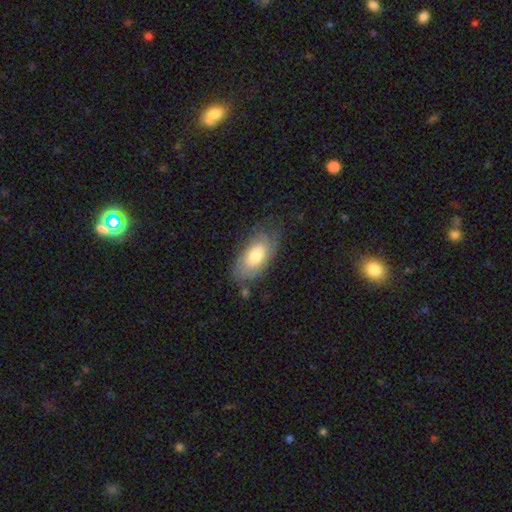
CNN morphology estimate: This is possibly a smooth galaxy (58%). How rounded: clearly in between (91%). Merging: likely none (63%).